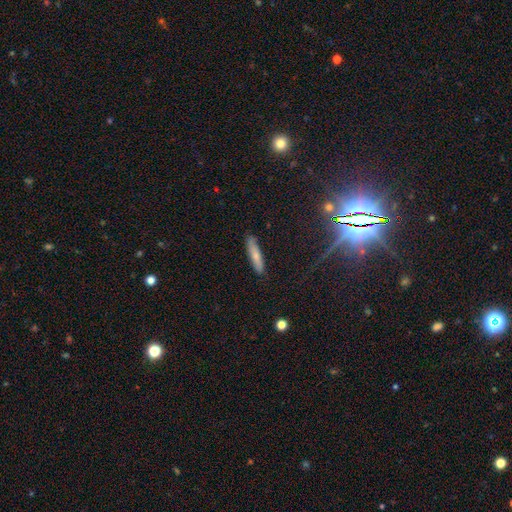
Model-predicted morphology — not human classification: The model was most divided on "smooth or featured": smooth: 71%, featured or disk: 22%, star or artifact: 7%. More confident: merging — none (84%); how rounded — cigar-shaped (81%).